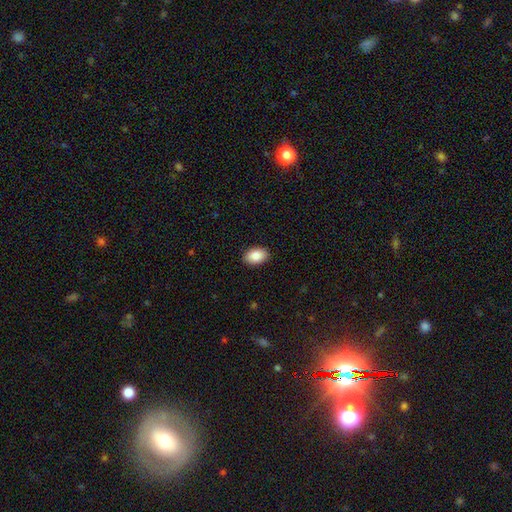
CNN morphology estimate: This is clearly a smooth galaxy (88%). How rounded: clearly in between (89%). Merging: clearly none (90%).